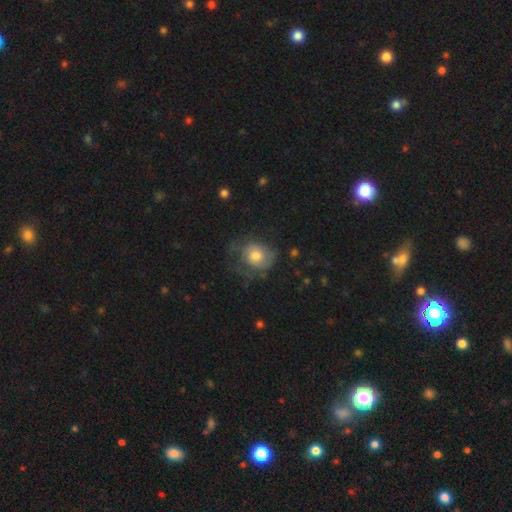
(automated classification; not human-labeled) A smooth galaxy with no disk features (60%) that is round (68%).

Vote fractions:
- Smooth or featured? smooth: 60% / featured or disk: 32% / star or artifact: 8%
- How rounded? round: 68% / in between: 31% / cigar-shaped: 1%
- Merging? none: 45% / minor disturbance: 28% / major disturbance: 26% / merger: 2%